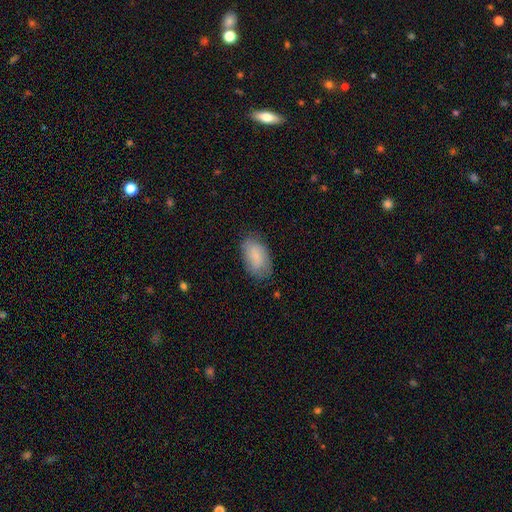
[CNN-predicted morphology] Q: Smooth or featured?
A: smooth (78%); runner-up: featured or disk (16%)
Q: How rounded?
A: in between (93%); runner-up: round (4%)
Q: Merging?
A: none (74%); runner-up: minor disturbance (20%)